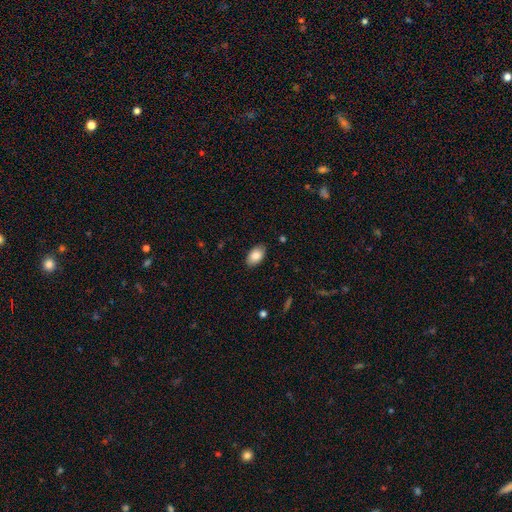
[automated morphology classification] Smooth or featured? Predicted: smooth (p=0.85). How rounded? Predicted: in between (p=0.93). Merging? Predicted: none (p=0.87).